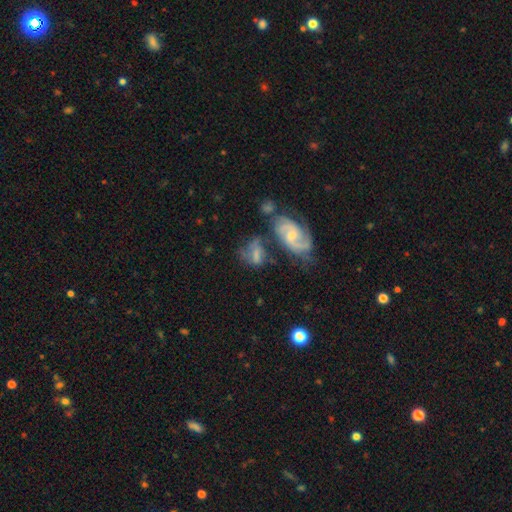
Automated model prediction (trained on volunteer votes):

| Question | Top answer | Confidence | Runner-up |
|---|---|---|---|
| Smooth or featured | featured or disk | 56% | smooth (33%) |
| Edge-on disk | no | 95% | yes (5%) |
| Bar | weak | 44% | no (41%) |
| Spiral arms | yes | 78% | no (22%) |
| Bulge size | small | 46% | moderate (35%) |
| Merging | none | 33% | merger (29%) |